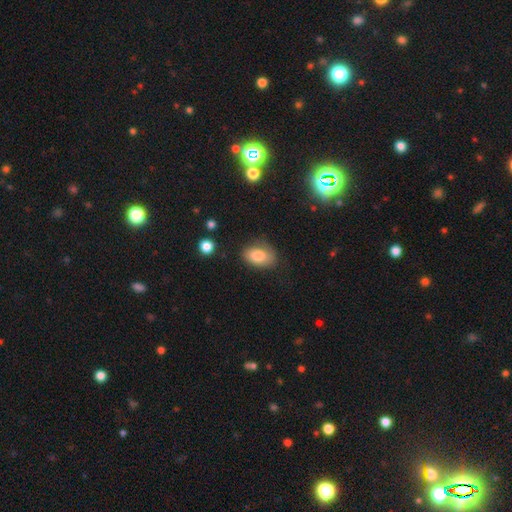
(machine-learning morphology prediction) Overall: smooth (80%). How rounded: in between (84%). Merging: none (69%).